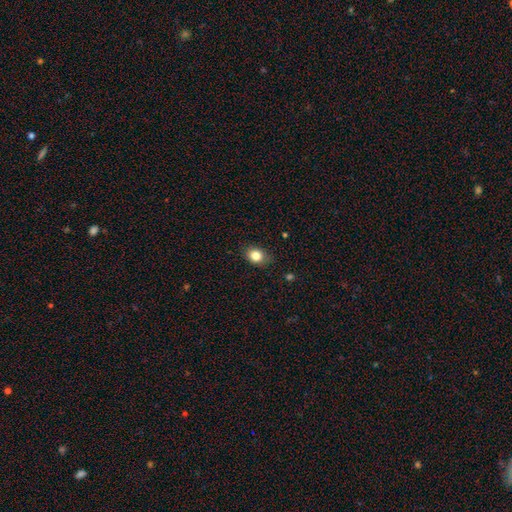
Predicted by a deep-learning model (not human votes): Smooth or featured? smooth (83%)
How rounded? in between (54%)
Merging? none (81%)